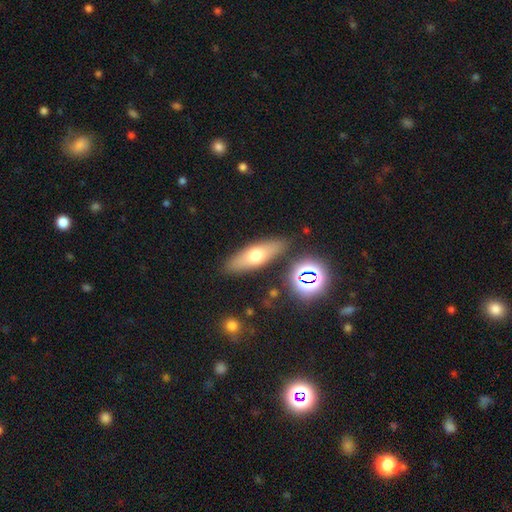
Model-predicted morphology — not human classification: Overall: smooth (58%; featured or disk 32%). How rounded: in between (52%; cigar-shaped 44%). Merging: none (85%).